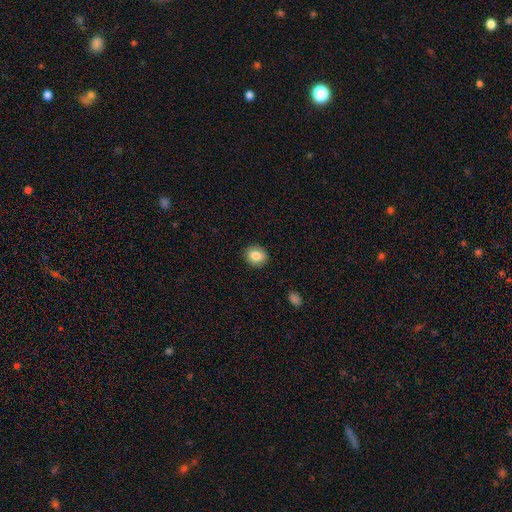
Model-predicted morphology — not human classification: type=smooth (84%); roundness=round (69%); merging=none (89%).